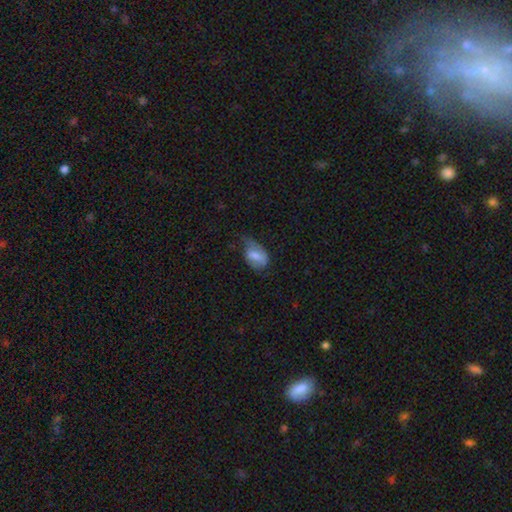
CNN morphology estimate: Q: Smooth or featured?
A: smooth (63%); runner-up: featured or disk (30%)
Q: How rounded?
A: in between (86%); runner-up: round (11%)
Q: Merging?
A: minor disturbance (39%); runner-up: none (34%)